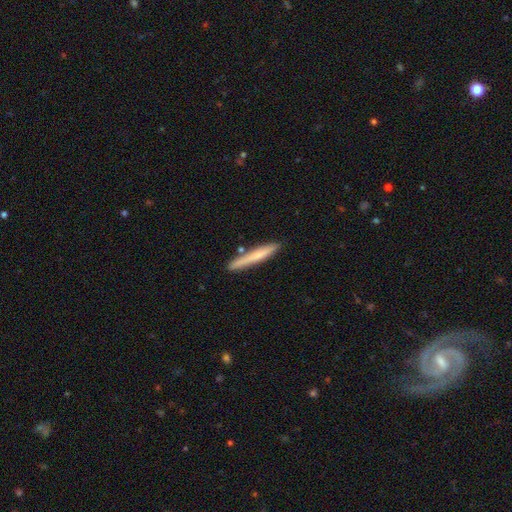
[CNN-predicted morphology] type=smooth (66%); roundness=cigar-shaped (96%); merging=none (82%).